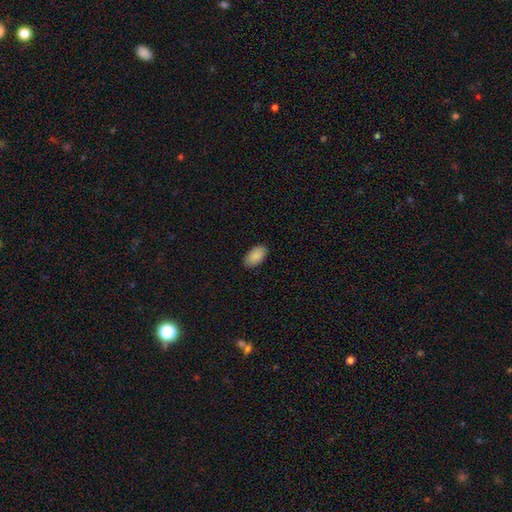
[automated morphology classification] The model was most divided on "merging": none: 89%, minor disturbance: 8%, major disturbance: 2%, merger: 1%. More confident: how rounded — in between (95%); smooth or featured — smooth (90%).